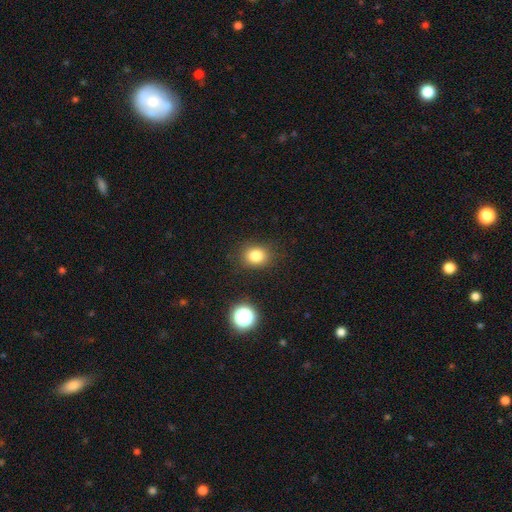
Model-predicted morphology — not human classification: Smooth or featured: smooth — 81% (star or artifact — 13%)
How rounded: round — 61% (in between — 38%)
Merging: none — 86% (minor disturbance — 9%)